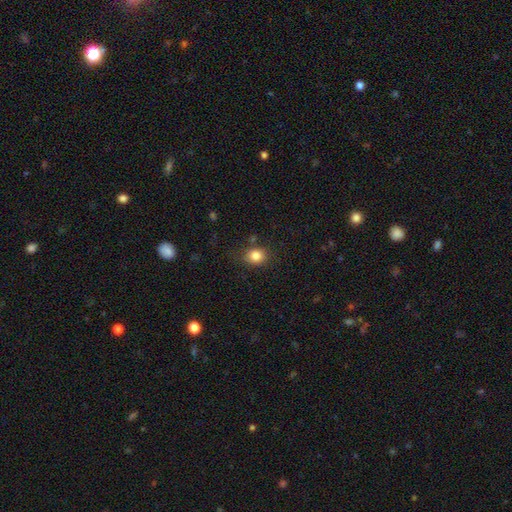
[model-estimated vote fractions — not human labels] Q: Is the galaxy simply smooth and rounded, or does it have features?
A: smooth — 84%.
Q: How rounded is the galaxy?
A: round — 61%.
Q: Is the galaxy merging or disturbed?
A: none — 79%.